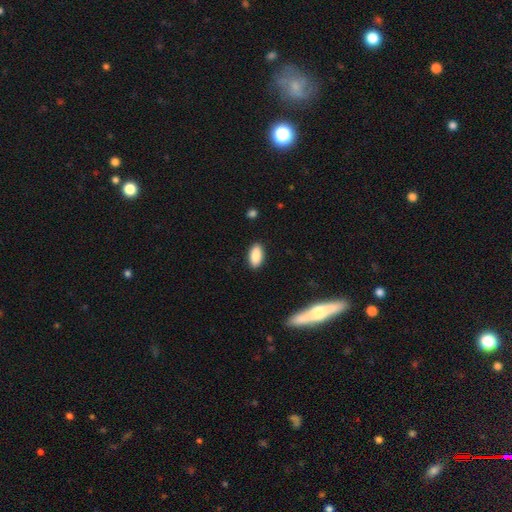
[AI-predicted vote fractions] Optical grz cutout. It shows a smooth galaxy with no disk features (89%) that is in between round and cigar-shaped (92%). Merging: none (88%).